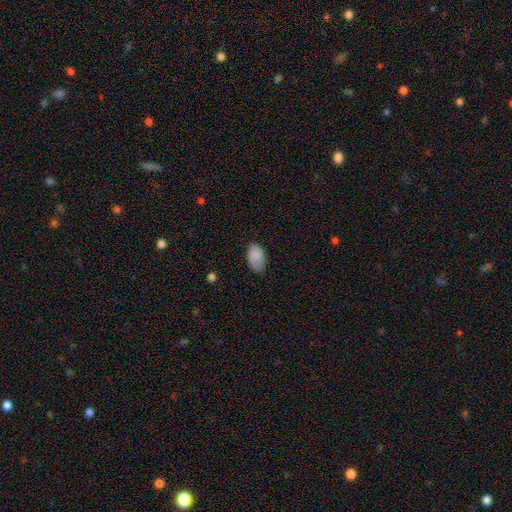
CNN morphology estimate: The model was most divided on "merging": none: 69%, minor disturbance: 24%, major disturbance: 5%, merger: 1%. More confident: how rounded — in between (92%); smooth or featured — smooth (86%).